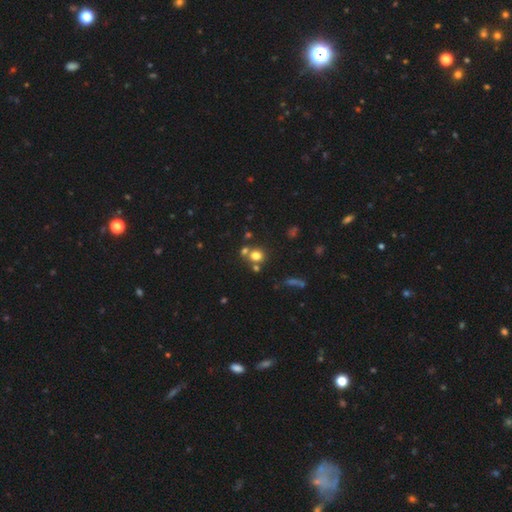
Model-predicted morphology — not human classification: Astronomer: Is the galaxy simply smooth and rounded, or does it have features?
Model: smooth — 72%.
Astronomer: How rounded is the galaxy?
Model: round — 80%.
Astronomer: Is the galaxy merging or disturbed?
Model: none — 58%.